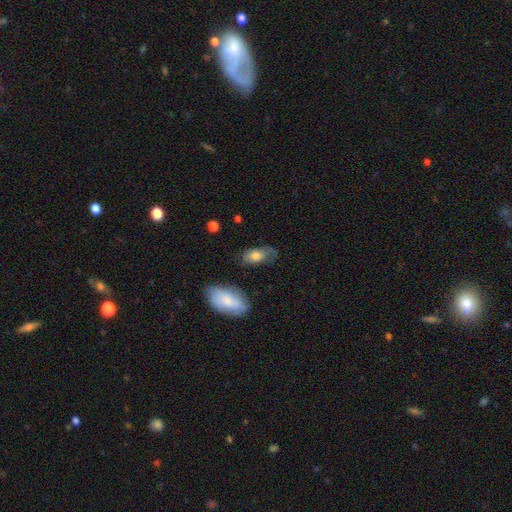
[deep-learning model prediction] A smooth galaxy with no disk features (71%) that is in between round and cigar-shaped (89%).

Vote fractions:
- Smooth or featured? smooth: 71% / featured or disk: 21% / star or artifact: 8%
- How rounded? in between: 89% / cigar-shaped: 5% / round: 5%
- Merging? none: 58% / minor disturbance: 28% / major disturbance: 11% / merger: 4%